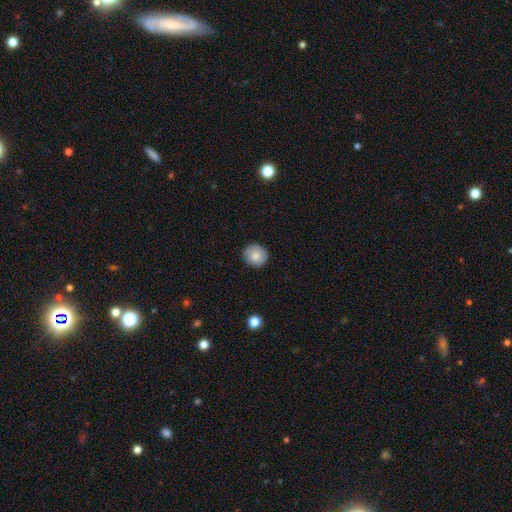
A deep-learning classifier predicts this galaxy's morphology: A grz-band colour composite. It shows a smooth galaxy with no disk features (80%) that is round (88%). Merging: none (87%).